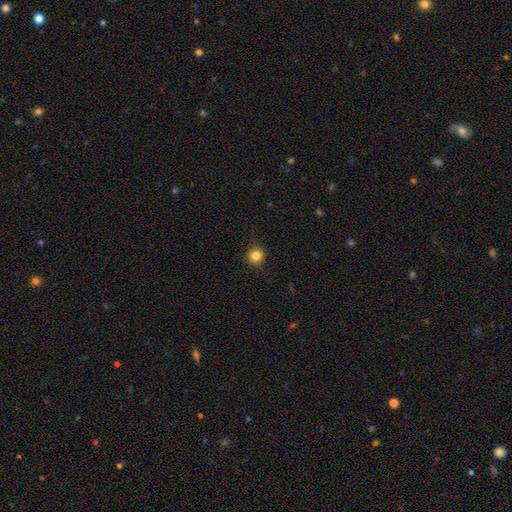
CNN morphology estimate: This is clearly a smooth galaxy (83%). How rounded: clearly round (94%). Merging: clearly none (90%).